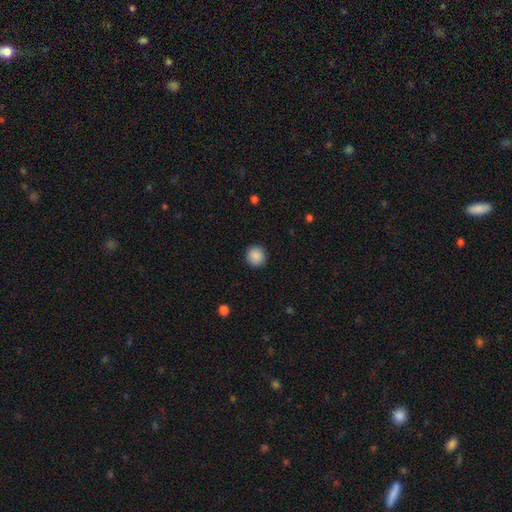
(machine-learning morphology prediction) The model was most divided on "smooth or featured": smooth: 89%, star or artifact: 8%, featured or disk: 3%. More confident: how rounded — round (93%); merging — none (92%).